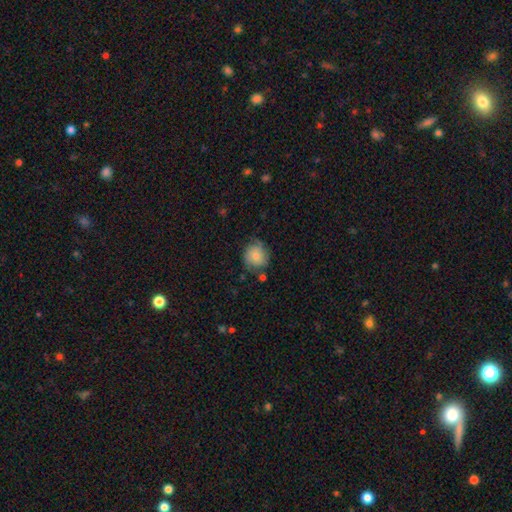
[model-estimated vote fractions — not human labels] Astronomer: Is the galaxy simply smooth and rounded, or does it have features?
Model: smooth — 69%.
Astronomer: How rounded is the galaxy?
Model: round — 86%.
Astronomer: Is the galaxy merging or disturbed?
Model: none — 65%.